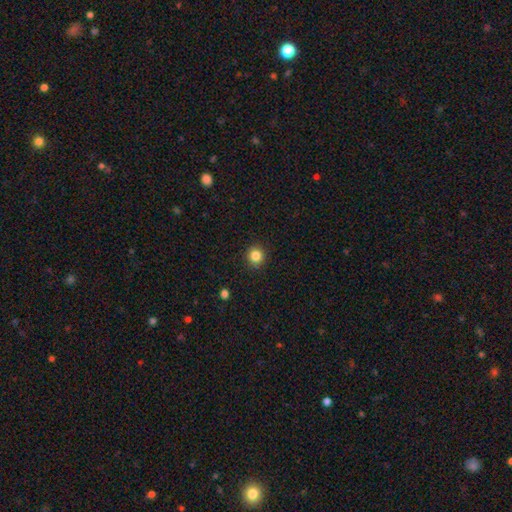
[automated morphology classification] Smooth or featured: smooth — 84% (star or artifact — 11%)
How rounded: round — 92% (in between — 8%)
Merging: none — 91% (minor disturbance — 6%)